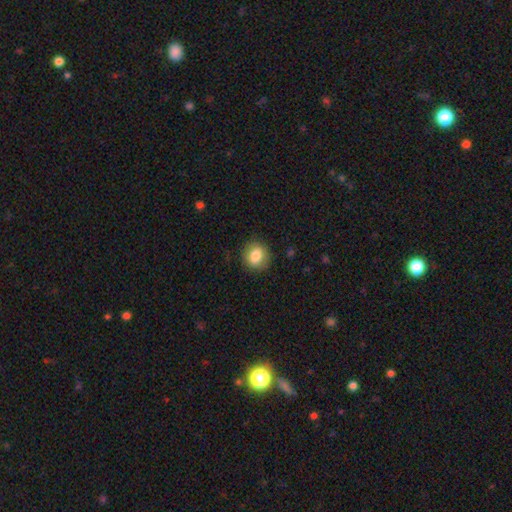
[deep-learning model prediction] Smooth or featured? Predicted: smooth (p=0.82). How rounded? Predicted: round (p=0.74). Merging? Predicted: none (p=0.85).